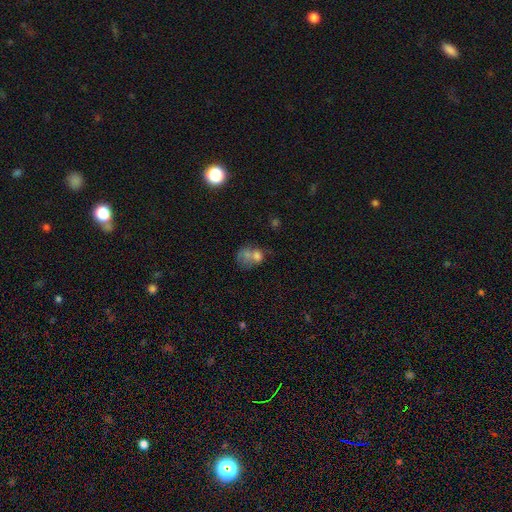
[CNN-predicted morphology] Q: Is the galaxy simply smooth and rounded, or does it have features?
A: smooth — 60%.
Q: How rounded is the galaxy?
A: in between — 51%.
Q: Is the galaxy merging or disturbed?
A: merger — 50%.